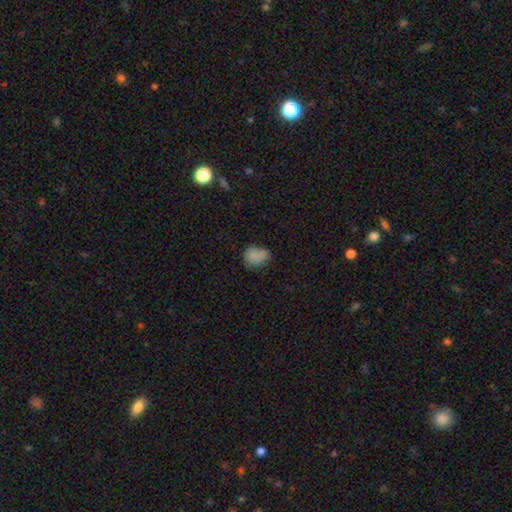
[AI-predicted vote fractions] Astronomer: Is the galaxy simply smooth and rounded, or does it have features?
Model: smooth — 78%.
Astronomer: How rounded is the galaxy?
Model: in between — 54% (runner-up: round, 45%).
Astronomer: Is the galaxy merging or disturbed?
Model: none — 40% (runner-up: minor disturbance, 35%).